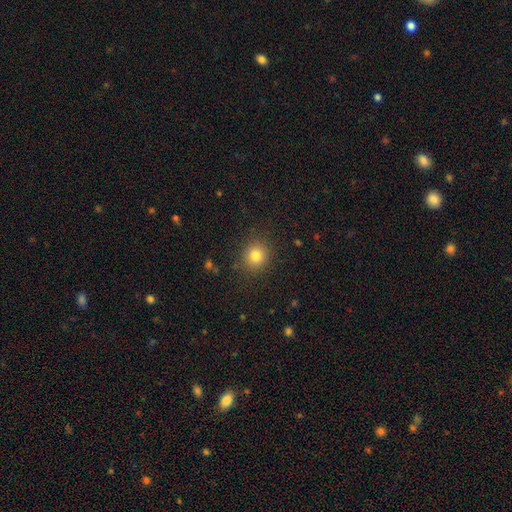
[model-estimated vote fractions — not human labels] A smooth galaxy with no disk features (80%) that is round (87%).

Vote fractions:
- Smooth or featured? smooth: 80% / star or artifact: 13% / featured or disk: 7%
- How rounded? round: 87% / in between: 12% / cigar-shaped: 1%
- Merging? none: 88% / minor disturbance: 8% / major disturbance: 3% / merger: 1%